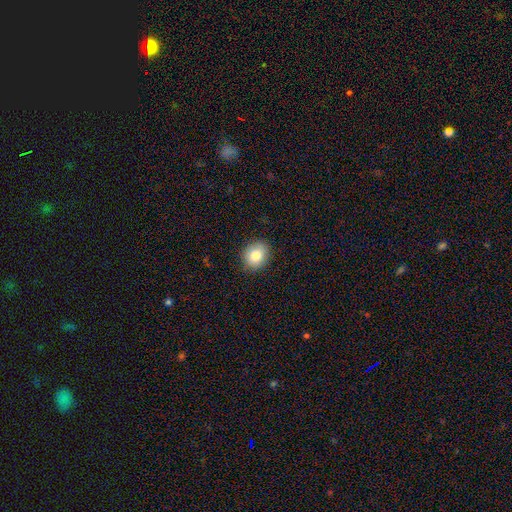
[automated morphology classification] Smooth or featured? smooth (83%)
How rounded? round (59%)
Merging? none (89%)